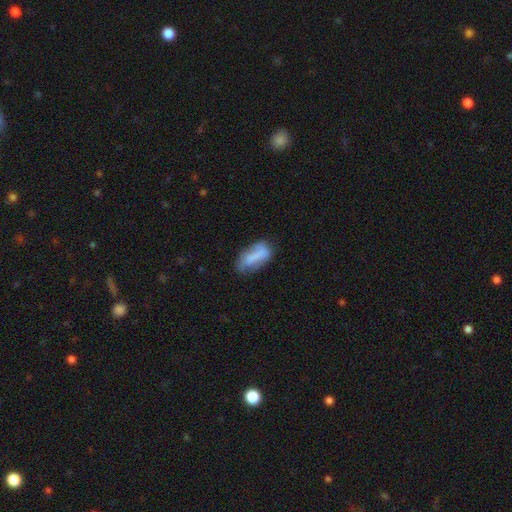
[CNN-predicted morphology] The model was most divided on "merging": none: 50%, minor disturbance: 30%, major disturbance: 13%, merger: 7%. More confident: how rounded — in between (82%); smooth or featured — smooth (69%).